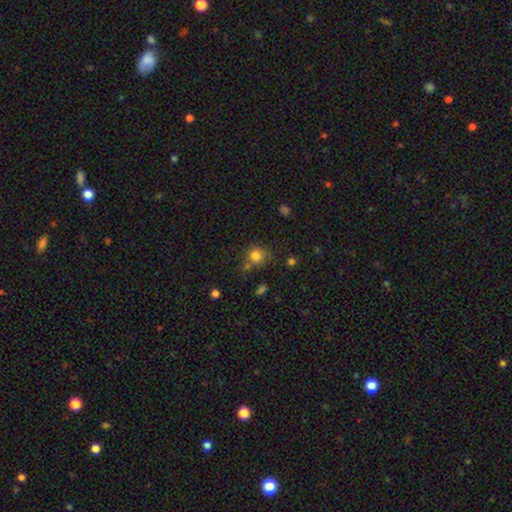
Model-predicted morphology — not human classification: A smooth galaxy with no disk features (80%) that is round (84%).

Vote fractions:
- Smooth or featured? smooth: 80% / star or artifact: 13% / featured or disk: 7%
- How rounded? round: 84% / in between: 15% / cigar-shaped: 1%
- Merging? none: 64% / minor disturbance: 18% / merger: 12% / major disturbance: 6%